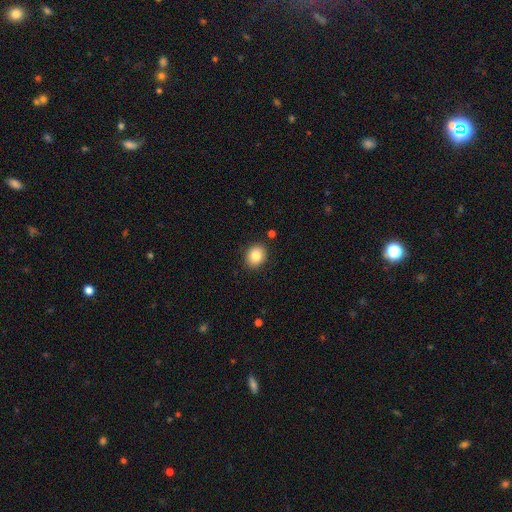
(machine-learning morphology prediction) Smooth or featured? Predicted: smooth (p=0.84). How rounded? Predicted: round (p=0.55). Merging? Predicted: none (p=0.88).